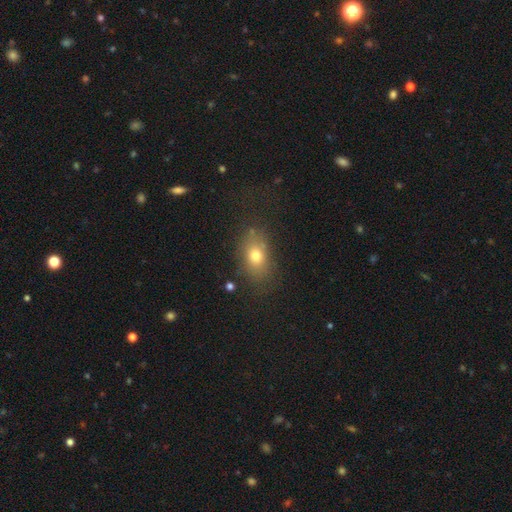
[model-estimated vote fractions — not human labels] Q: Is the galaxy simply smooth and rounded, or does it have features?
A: smooth — 73%.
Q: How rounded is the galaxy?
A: in between — 75%.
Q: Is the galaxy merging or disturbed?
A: none — 71%.